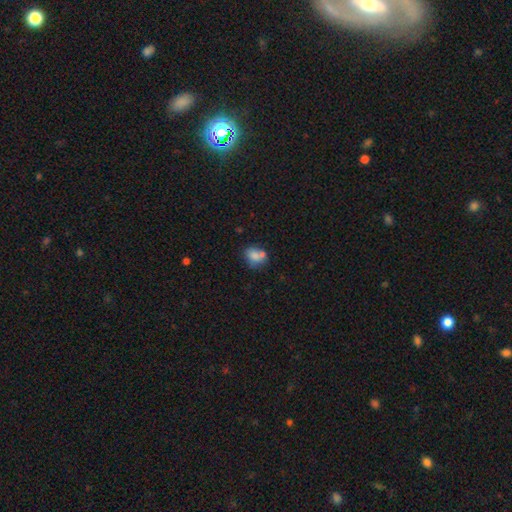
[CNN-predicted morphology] Smooth or featured: smooth — 76% (featured or disk — 14%)
How rounded: in between — 55% (round — 44%)
Merging: none — 44% (merger — 33%)